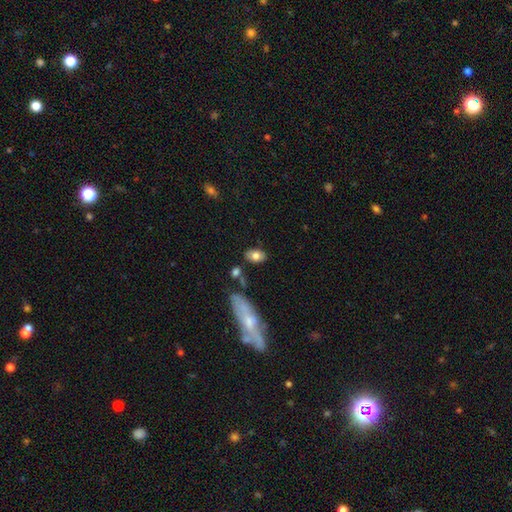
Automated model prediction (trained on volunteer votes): Morphology: type=smooth (78%); roundness=in between (89%); merging=none (76%).